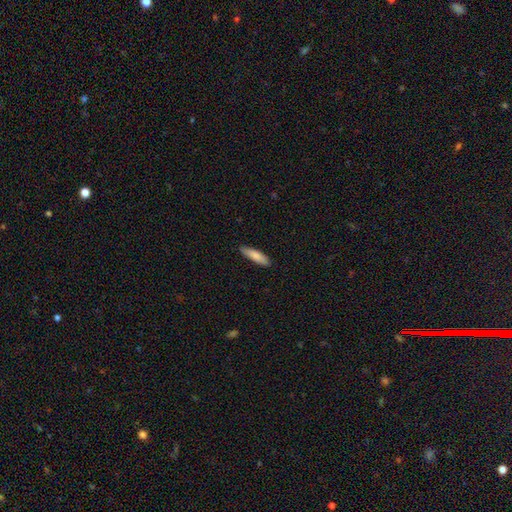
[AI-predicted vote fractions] smooth 83%, featured or disk 12%, star or artifact 5%. Down the decision tree: how rounded — cigar-shaped (71%); merging — none (86%).